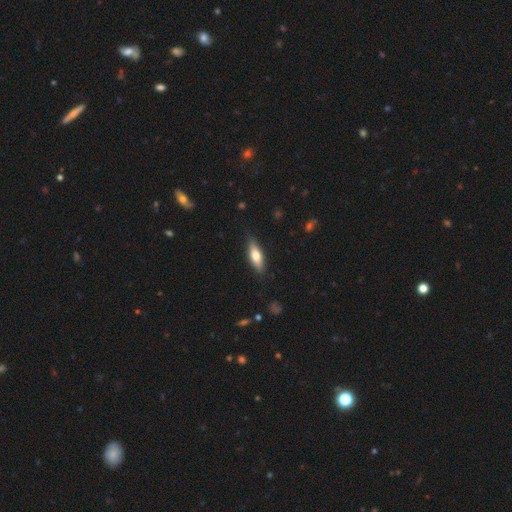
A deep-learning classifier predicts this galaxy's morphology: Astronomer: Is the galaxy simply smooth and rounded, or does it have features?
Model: smooth — 63%.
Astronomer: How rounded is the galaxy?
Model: in between — 55% (runner-up: cigar-shaped, 43%).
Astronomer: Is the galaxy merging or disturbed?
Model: none — 83%.